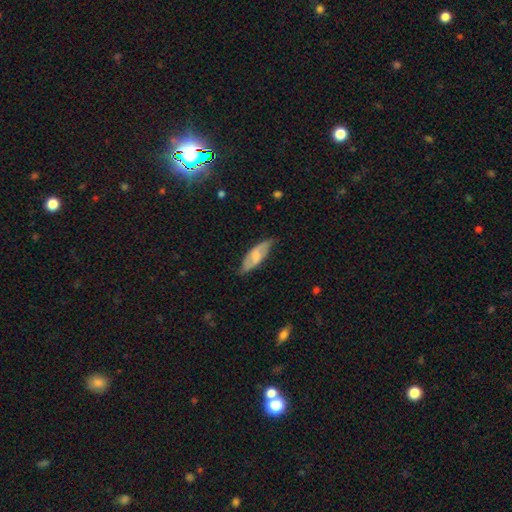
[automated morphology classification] The model was most divided on "smooth or featured": smooth: 51%, featured or disk: 43%, star or artifact: 6%. More confident: how rounded — in between (72%); merging — none (72%).